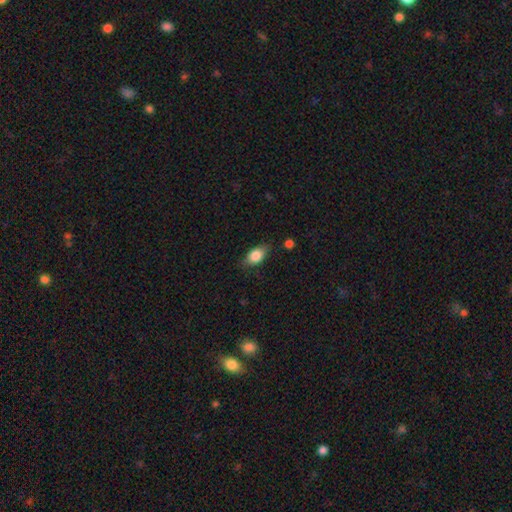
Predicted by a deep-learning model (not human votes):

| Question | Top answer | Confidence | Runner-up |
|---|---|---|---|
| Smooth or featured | smooth | 80% | featured or disk (12%) |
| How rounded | in between | 84% | round (11%) |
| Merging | none | 73% | minor disturbance (20%) |